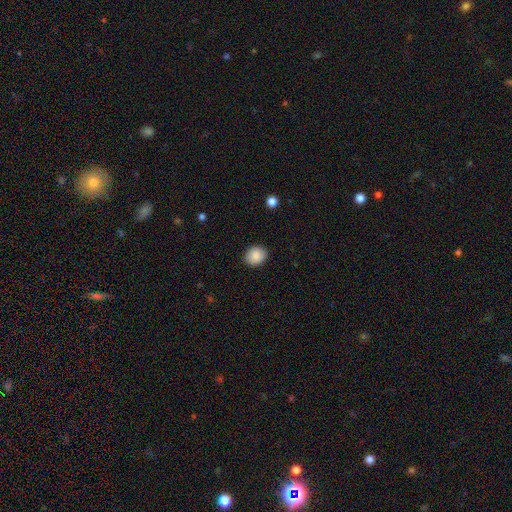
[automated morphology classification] Smooth or featured? smooth (88%)
How rounded? round (57%)
Merging? none (89%)